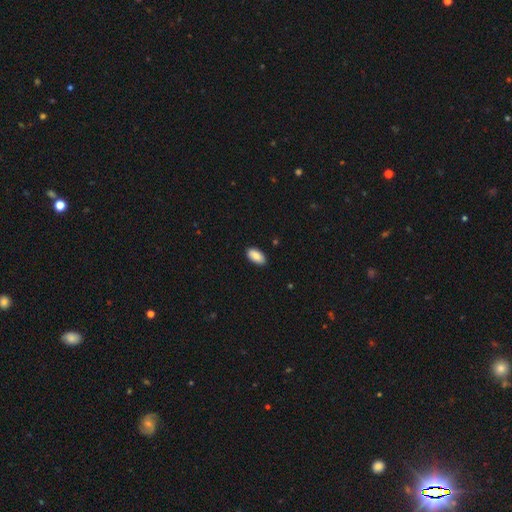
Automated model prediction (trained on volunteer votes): smooth-or-featured: smooth: 88% | star or artifact: 7% | featured or disk: 5%
  how-rounded: in between: 95% | cigar-shaped: 3% | round: 3%
  merging: none: 87% | minor disturbance: 10% | major disturbance: 2% | merger: 1%